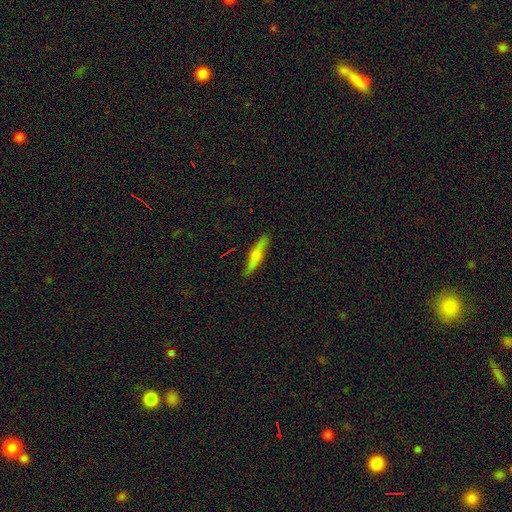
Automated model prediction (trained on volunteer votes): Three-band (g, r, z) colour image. It shows a smooth galaxy with no disk features (59%) that is cigar-shaped (82%). Merging: none (83%).